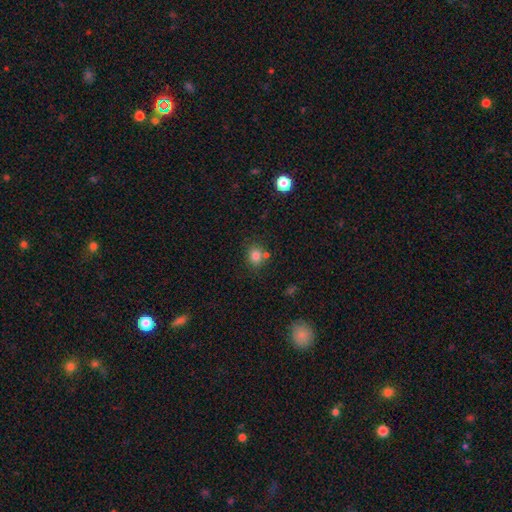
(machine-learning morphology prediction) Overall: smooth (80%). How rounded: round (72%). Merging: none (68%).